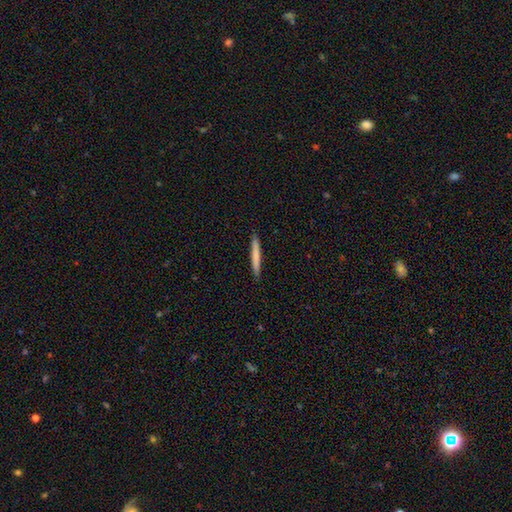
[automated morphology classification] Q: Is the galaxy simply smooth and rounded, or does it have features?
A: smooth — 73%.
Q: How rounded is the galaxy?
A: cigar-shaped — 96%.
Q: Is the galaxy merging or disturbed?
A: none — 91%.